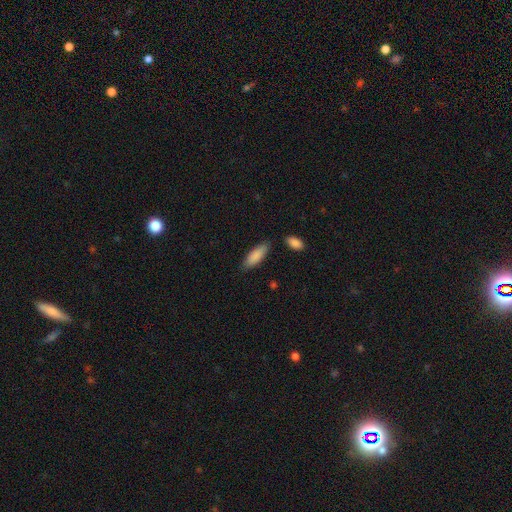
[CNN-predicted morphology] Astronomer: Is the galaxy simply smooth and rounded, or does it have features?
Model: smooth — 87%.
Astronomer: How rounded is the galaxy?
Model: in between — 64%.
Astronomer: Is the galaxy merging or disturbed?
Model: none — 78%.